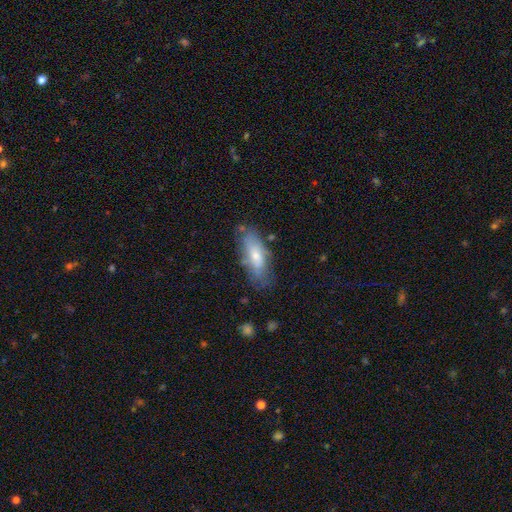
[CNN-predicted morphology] Overall: smooth (61%; featured or disk 33%). How rounded: in between (69%). Merging: none (67%).